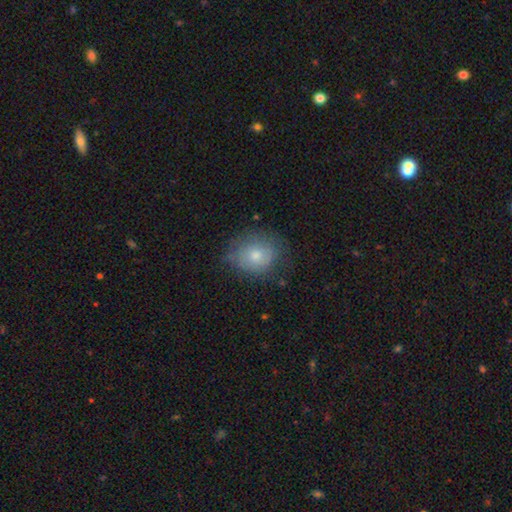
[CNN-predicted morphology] type=smooth (70%); roundness=round (63%); merging=none (66%).